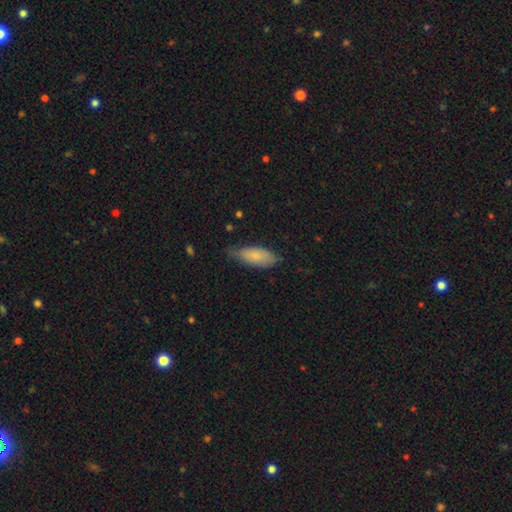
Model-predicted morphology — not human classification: Smooth or featured?
  - smooth: 81% *
  - featured or disk: 13%
  - star or artifact: 6%
How rounded?
  - in between: 81% *
  - cigar-shaped: 18%
  - round: 2%
Merging?
  - none: 62% *
  - minor disturbance: 32%
  - major disturbance: 5%
  - merger: 1%